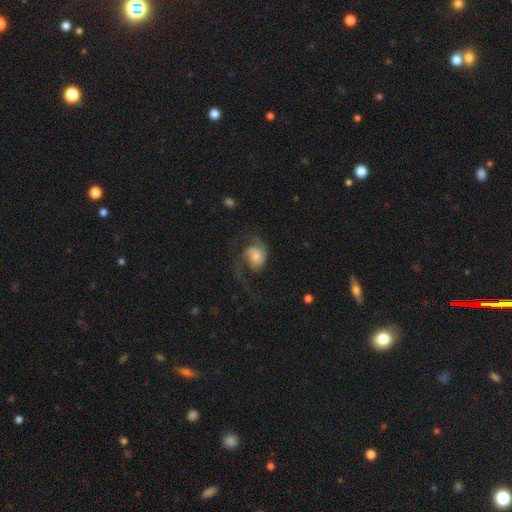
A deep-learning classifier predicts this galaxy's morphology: Q: Smooth or featured?
A: featured or disk (66%); runner-up: smooth (26%)
Q: Edge-on disk?
A: no (98%); runner-up: yes (2%)
Q: Bar?
A: no (64%); runner-up: weak (30%)
Q: Spiral arms?
A: yes (91%); runner-up: no (9%)
Q: Spiral winding?
A: loose (48%); runner-up: medium (40%)
Q: Spiral arm count?
A: 2 (64%); runner-up: 1 (20%)
Q: Bulge size?
A: moderate (30%); runner-up: small (26%)
Q: Merging?
A: none (42%); runner-up: major disturbance (39%)